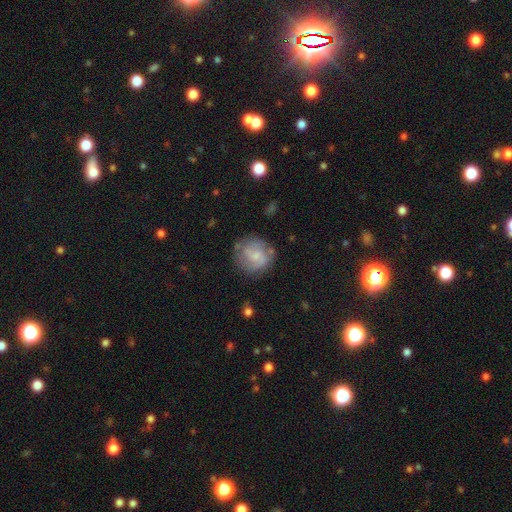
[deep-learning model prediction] Smooth or featured: featured or disk — 56% (smooth — 37%)
Edge-on disk: no — 98% (yes — 2%)
Bar: no — 52% (weak — 41%)
Spiral arms: yes — 82% (no — 18%)
Bulge size: small — 50% (moderate — 30%)
Merging: none — 71% (minor disturbance — 18%)